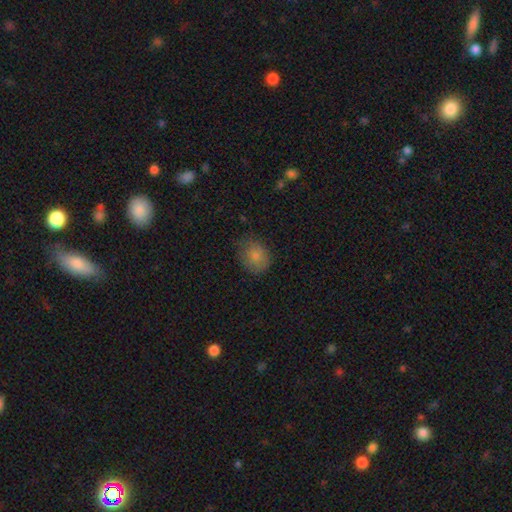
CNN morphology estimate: Overall: smooth (80%). How rounded: round (63%; in between 36%). Merging: none (67%).